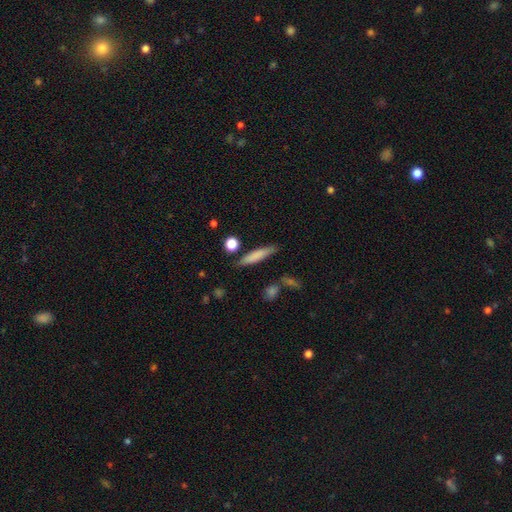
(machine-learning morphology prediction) Q: Smooth or featured?
A: smooth (76%); runner-up: featured or disk (17%)
Q: How rounded?
A: cigar-shaped (85%); runner-up: in between (13%)
Q: Merging?
A: none (81%); runner-up: minor disturbance (11%)